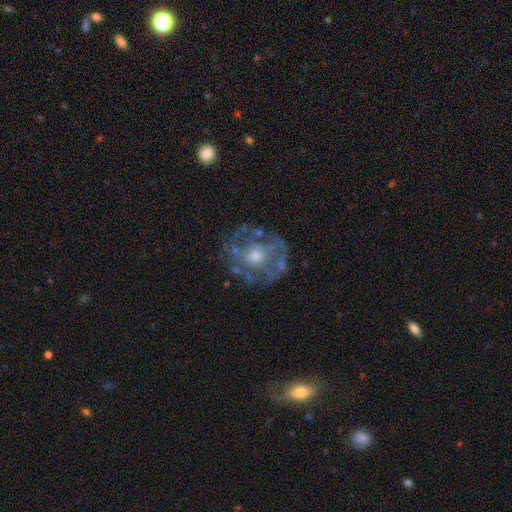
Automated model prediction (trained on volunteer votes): This is likely a featured or disk galaxy (71%). It is clearly not viewed edge-on (97%). Bar: clearly no (86%). Spiral arm pattern: likely no (66%). Central bulge: likely moderate (64%). Merging: likely none (69%).